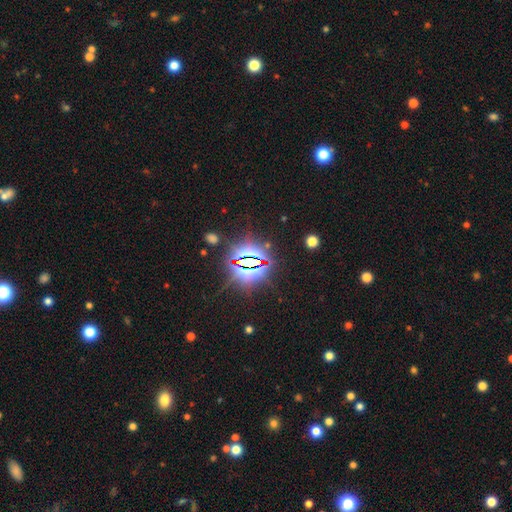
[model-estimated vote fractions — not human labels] The model was most divided on "smooth or featured": star or artifact: 83%, smooth: 10%, featured or disk: 7%.